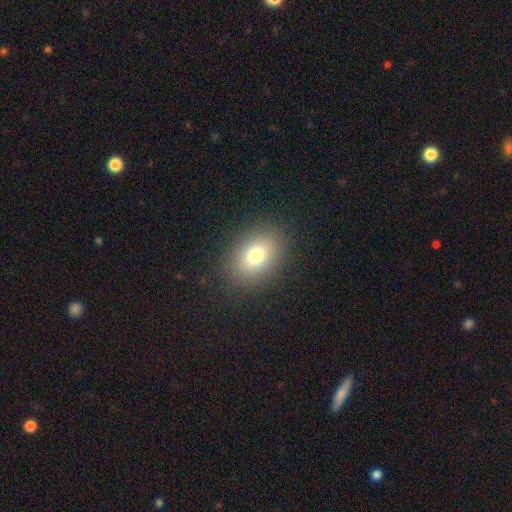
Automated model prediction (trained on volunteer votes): This appears to be a smooth galaxy with no disk features (75%) that is in between round and cigar-shaped (67%). Merging: none (87%).